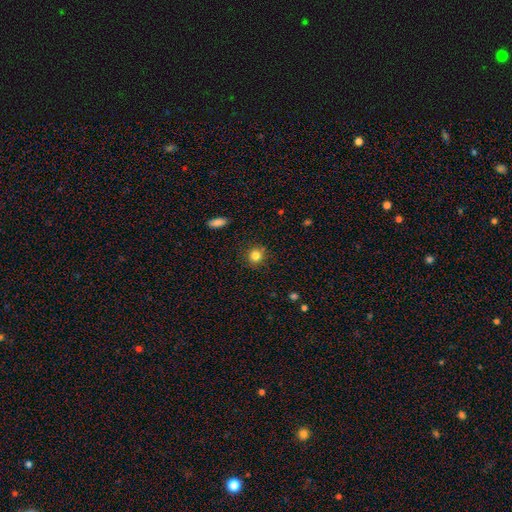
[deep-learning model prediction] Q: Smooth or featured?
A: smooth (83%); runner-up: star or artifact (11%)
Q: How rounded?
A: round (90%); runner-up: in between (9%)
Q: Merging?
A: none (87%); runner-up: minor disturbance (9%)